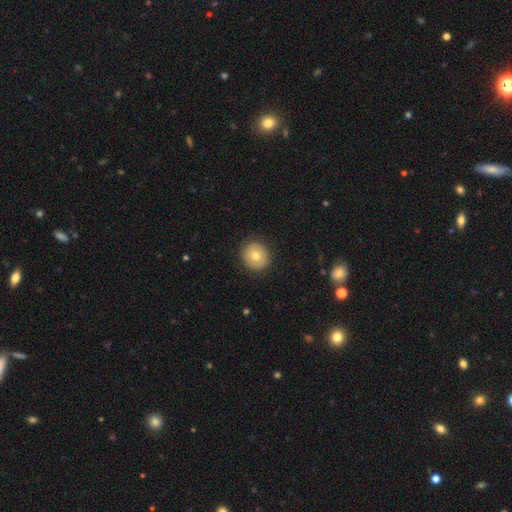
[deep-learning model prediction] This appears to be a smooth galaxy with no disk features (71%) that is round (90%). Merging: none (88%).